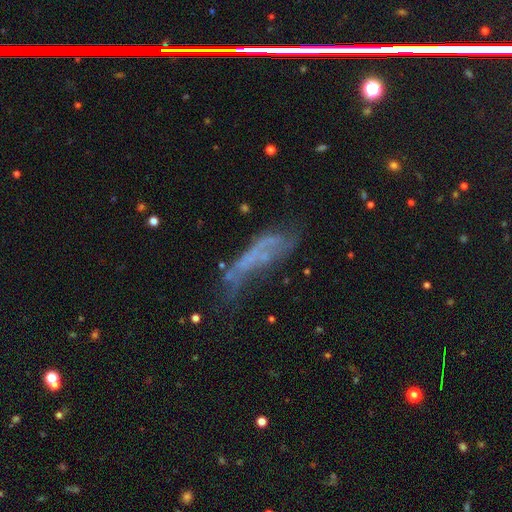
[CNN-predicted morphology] Overall: featured or disk (45%; smooth 34%). Merging: major disturbance (40%; none 26%).